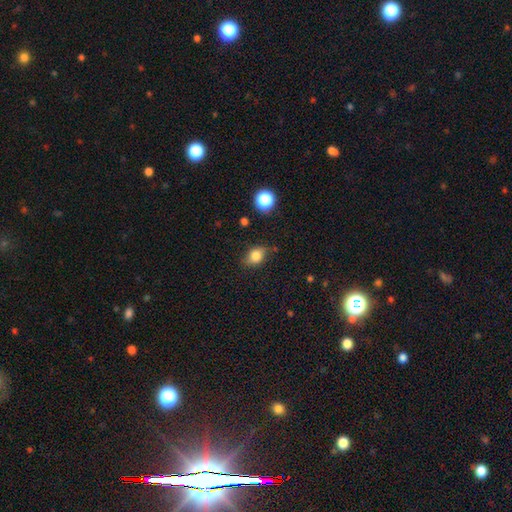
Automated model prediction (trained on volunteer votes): This appears to be a smooth galaxy with no disk features (80%) that is in between round and cigar-shaped (63%). Merging: none (75%).